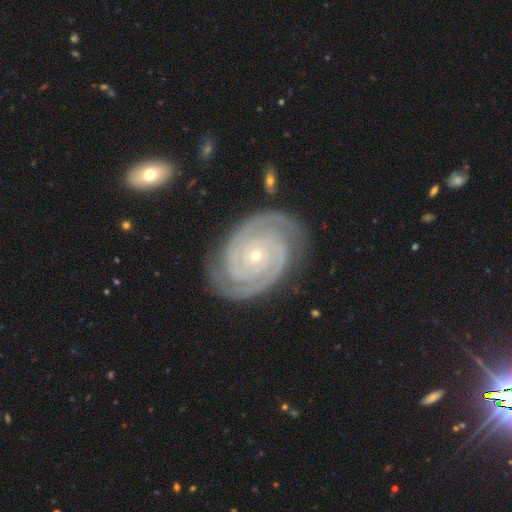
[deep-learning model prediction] A featured or disk galaxy (93%) with no bar (76%), 2 (72%) tight (85%) spiral arms (99%) and a small central bulge (76%). Merging: none (83%).